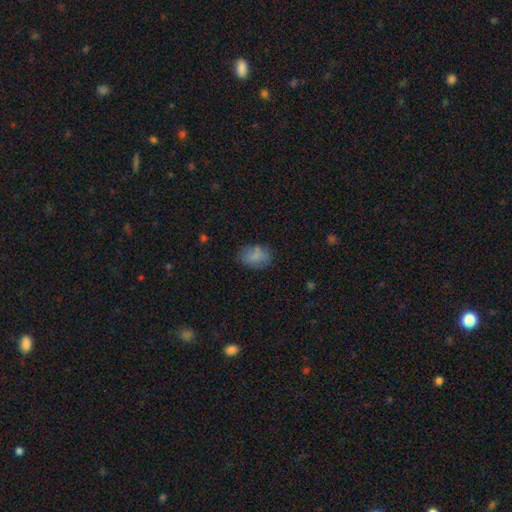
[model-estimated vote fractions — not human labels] Smooth or featured?
  - smooth: 81% *
  - star or artifact: 10%
  - featured or disk: 9%
How rounded?
  - in between: 79% *
  - round: 19%
  - cigar-shaped: 1%
Merging?
  - none: 77% *
  - minor disturbance: 16%
  - major disturbance: 4%
  - merger: 3%